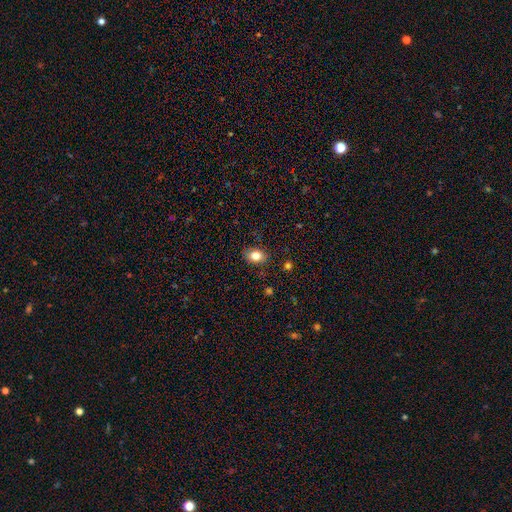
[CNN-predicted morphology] This is clearly a smooth galaxy (82%). How rounded: likely in between (68%). Merging: clearly none (83%).